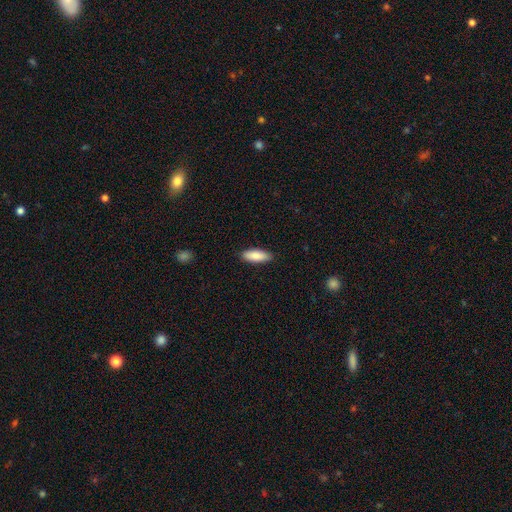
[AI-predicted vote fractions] Smooth or featured: smooth — 86% (featured or disk — 8%)
How rounded: in between — 68% (cigar-shaped — 30%)
Merging: none — 89% (minor disturbance — 8%)